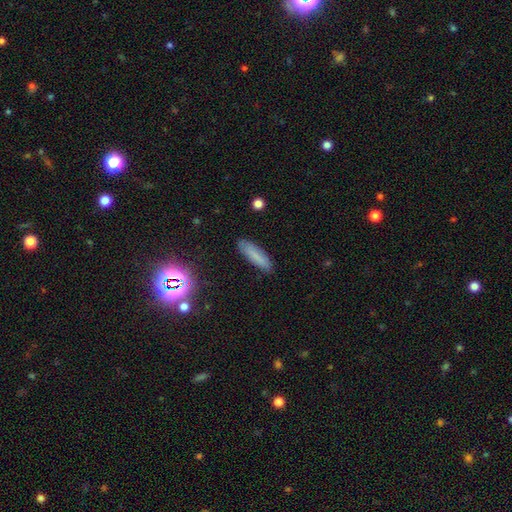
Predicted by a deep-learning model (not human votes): Smooth or featured: smooth — 74% (featured or disk — 14%)
How rounded: cigar-shaped — 67% (in between — 31%)
Merging: none — 84% (minor disturbance — 12%)